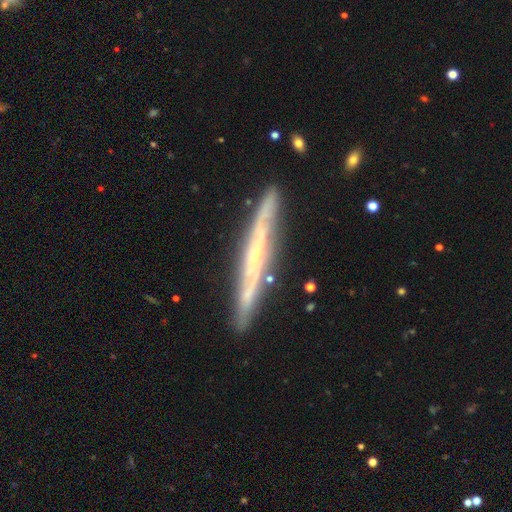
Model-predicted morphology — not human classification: A featured or disk galaxy (75%) viewed edge-on (90%) with no central bulge (57%). Merging: none (83%).